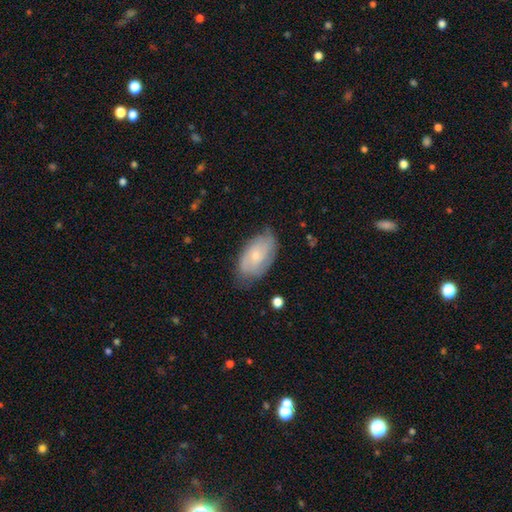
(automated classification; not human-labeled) This appears to be a featured or disk galaxy (58%) with no bar (75%), spiral arms (81%) and a small central bulge (70%). Merging: none (66%).